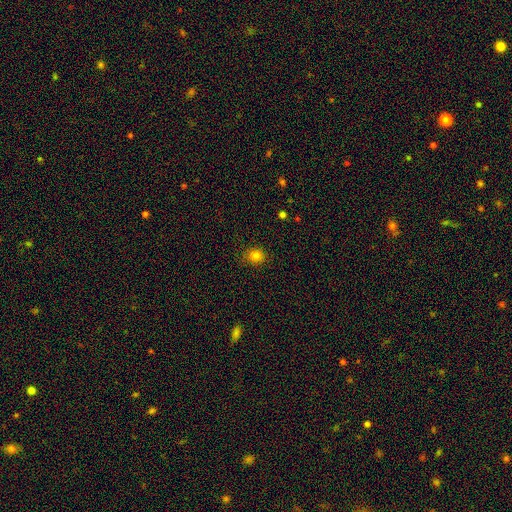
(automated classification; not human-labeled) This appears to be a smooth galaxy with no disk features (81%) that is round (80%). Merging: none (88%).